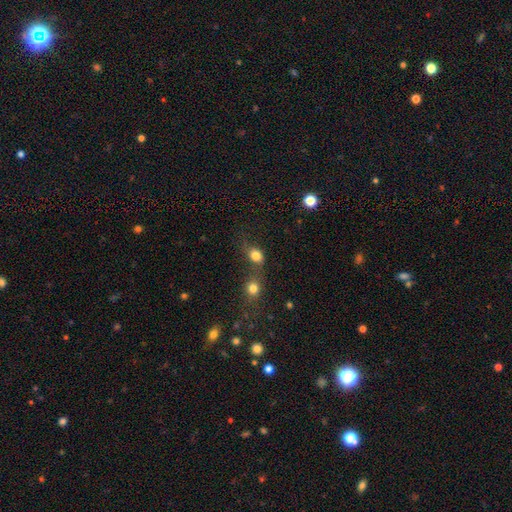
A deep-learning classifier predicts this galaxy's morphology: Smooth or featured?
  - smooth: 79% *
  - star or artifact: 12%
  - featured or disk: 9%
How rounded?
  - round: 57% *
  - in between: 42%
  - cigar-shaped: 2%
Merging?
  - merger: 48% *
  - none: 32%
  - minor disturbance: 11%
  - major disturbance: 9%